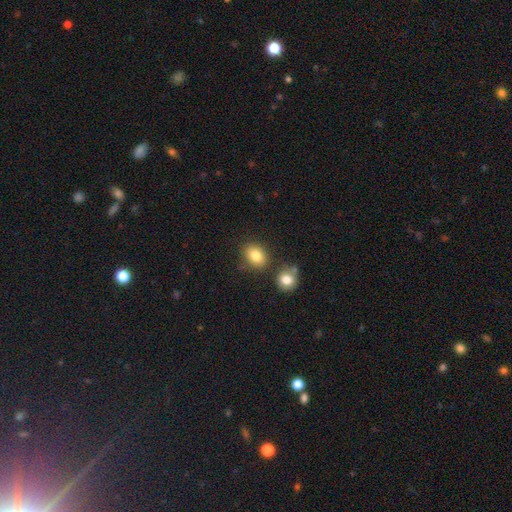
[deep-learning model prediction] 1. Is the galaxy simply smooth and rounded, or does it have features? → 83% smooth, 10% star or artifact, 7% featured or disk.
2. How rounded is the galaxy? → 52% in between, 47% round, 1% cigar-shaped.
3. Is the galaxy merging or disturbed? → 72% none, 12% merger, 12% minor disturbance, 3% major disturbance.